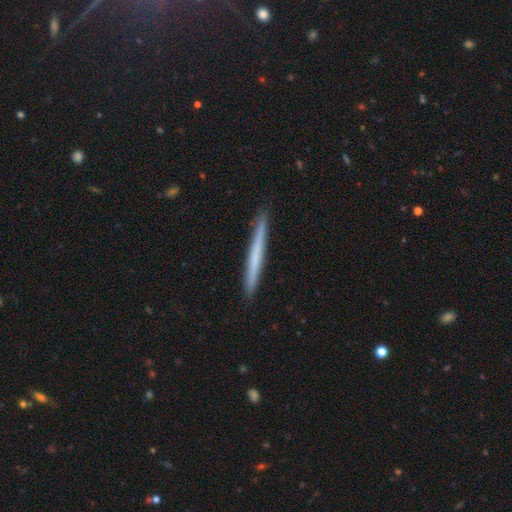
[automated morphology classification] Q: Smooth or featured?
A: smooth (56%); runner-up: featured or disk (39%)
Q: How rounded?
A: cigar-shaped (97%); runner-up: in between (1%)
Q: Merging?
A: none (92%); runner-up: minor disturbance (5%)